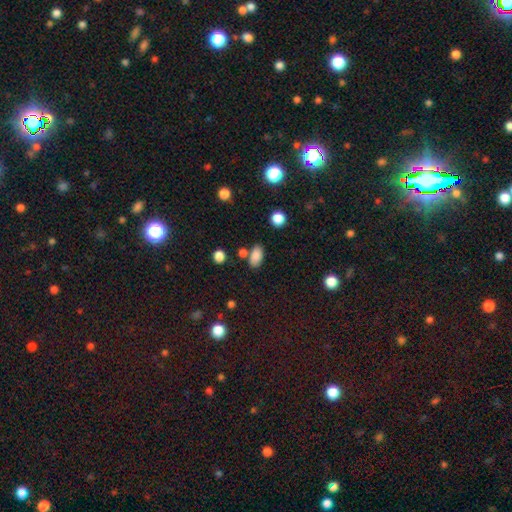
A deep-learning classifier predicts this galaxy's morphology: smooth_or_featured: smooth (p=0.84) [alt: star or artifact p=0.10]
how_rounded: in between (p=0.90) [alt: round p=0.07]
merging: none (p=0.71) [alt: minor disturbance p=0.14]